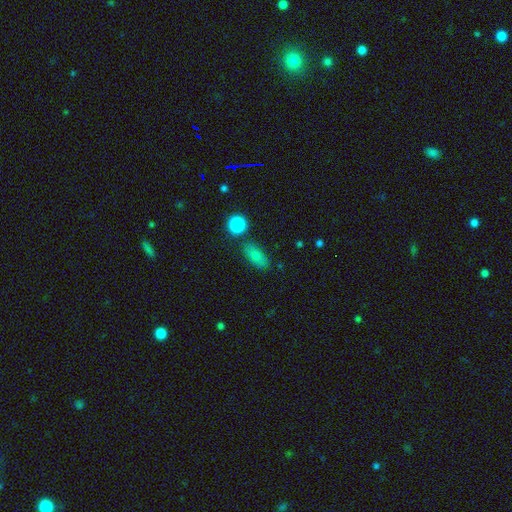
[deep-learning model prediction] Smooth or featured?
  - smooth: 79% *
  - star or artifact: 11%
  - featured or disk: 10%
How rounded?
  - in between: 81% *
  - cigar-shaped: 12%
  - round: 7%
Merging?
  - none: 78% *
  - minor disturbance: 13%
  - merger: 5%
  - major disturbance: 4%